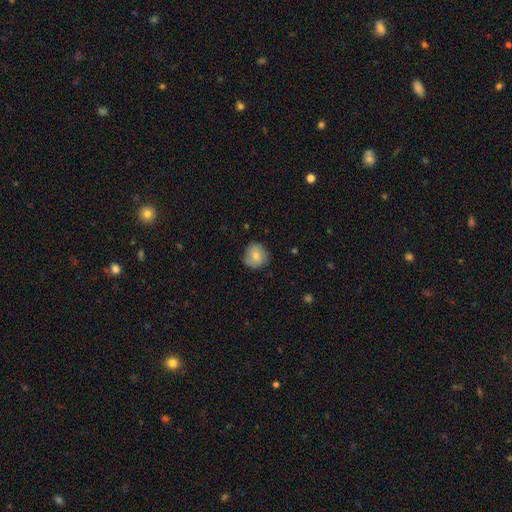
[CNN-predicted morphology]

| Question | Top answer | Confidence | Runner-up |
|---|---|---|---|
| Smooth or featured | smooth | 72% | featured or disk (21%) |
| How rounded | round | 88% | in between (11%) |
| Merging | none | 78% | minor disturbance (17%) |